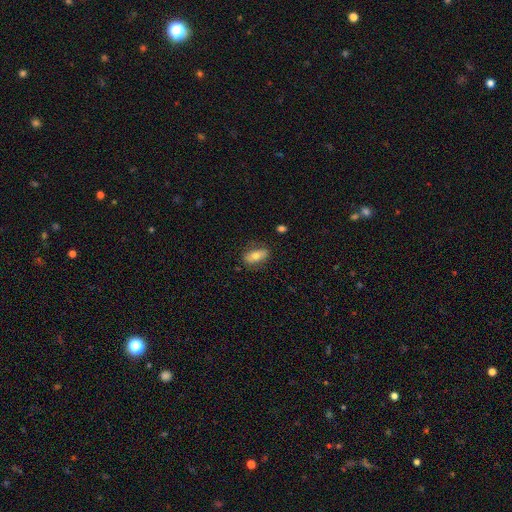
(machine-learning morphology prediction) This is likely a smooth galaxy (64%). How rounded: clearly in between (83%). Merging: likely none (80%).